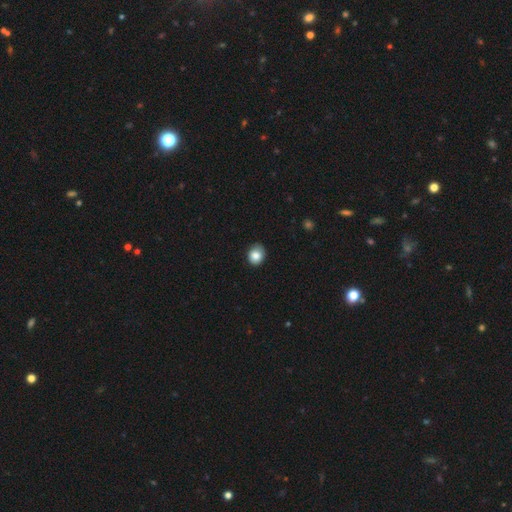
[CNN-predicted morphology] Smooth or featured: smooth — 84% (star or artifact — 9%)
How rounded: round — 62% (in between — 37%)
Merging: none — 80% (minor disturbance — 16%)